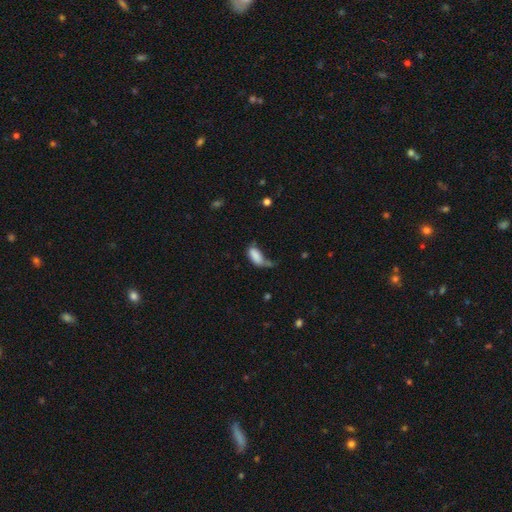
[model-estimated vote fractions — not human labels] A smooth galaxy with no disk features (82%) that is in between round and cigar-shaped (90%). Merging: minor disturbance (30%, tied with major disturbance).